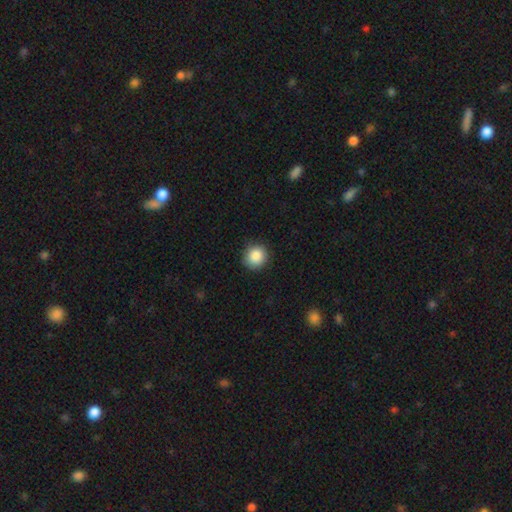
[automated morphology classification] Smooth or featured?
  - smooth: 88% *
  - star or artifact: 9%
  - featured or disk: 4%
How rounded?
  - round: 89% *
  - in between: 10%
  - cigar-shaped: 1%
Merging?
  - none: 88% *
  - minor disturbance: 9%
  - major disturbance: 2%
  - merger: 1%